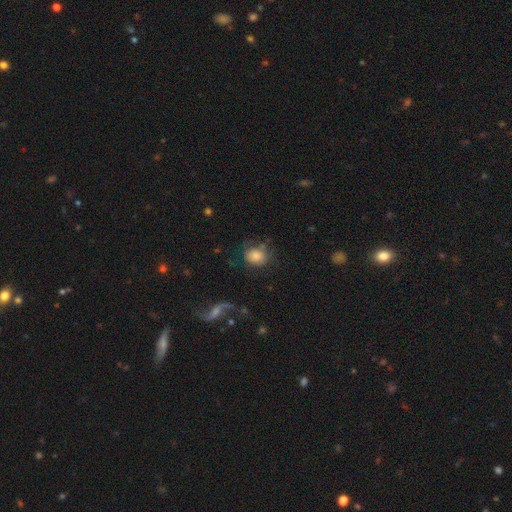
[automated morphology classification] Smooth or featured? Predicted: smooth (p=0.68). How rounded? Predicted: round (p=0.63). Merging? Predicted: none (p=0.62).